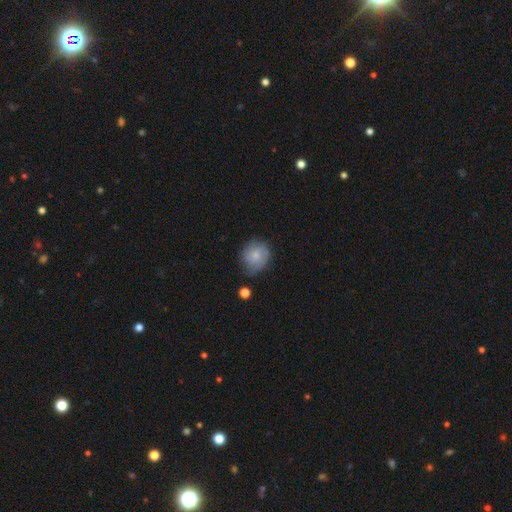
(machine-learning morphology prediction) This appears to be a smooth galaxy with no disk features (59%) that is round (80%). Merging: none (59%).